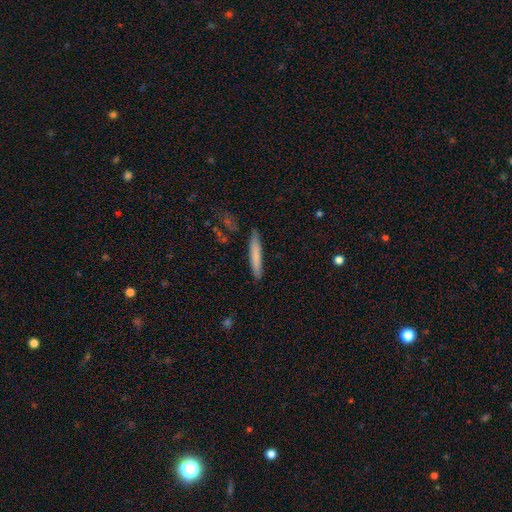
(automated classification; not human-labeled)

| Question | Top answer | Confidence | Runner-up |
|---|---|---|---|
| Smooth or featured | smooth | 75% | featured or disk (19%) |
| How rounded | cigar-shaped | 94% | in between (5%) |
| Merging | none | 88% | minor disturbance (9%) |